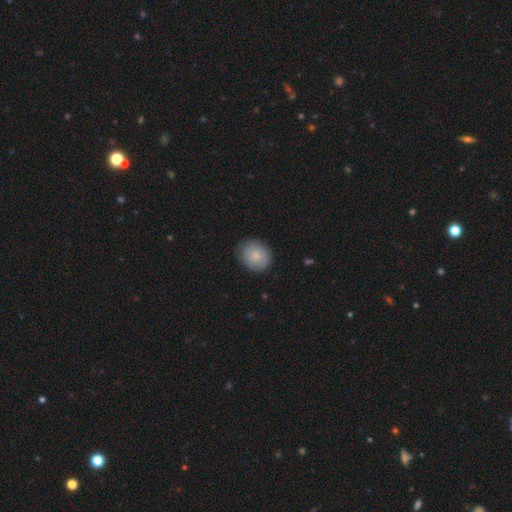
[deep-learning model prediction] This appears to be a smooth galaxy with no disk features (79%) that is round (68%). Merging: none (83%).